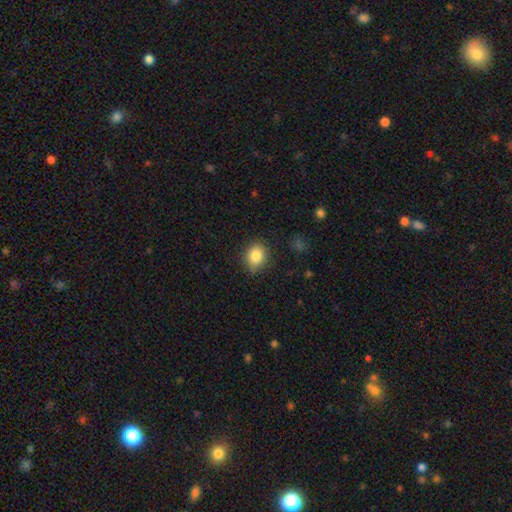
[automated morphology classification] type=smooth (84%); roundness=round (58%); merging=none (79%).